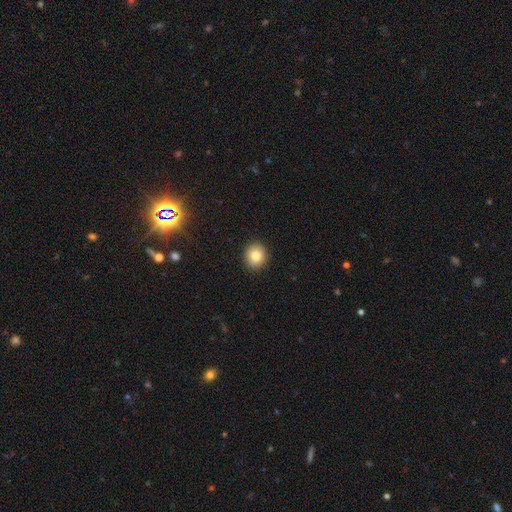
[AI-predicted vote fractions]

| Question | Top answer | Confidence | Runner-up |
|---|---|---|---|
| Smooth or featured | smooth | 83% | star or artifact (10%) |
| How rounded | round | 85% | in between (14%) |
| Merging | none | 91% | minor disturbance (6%) |